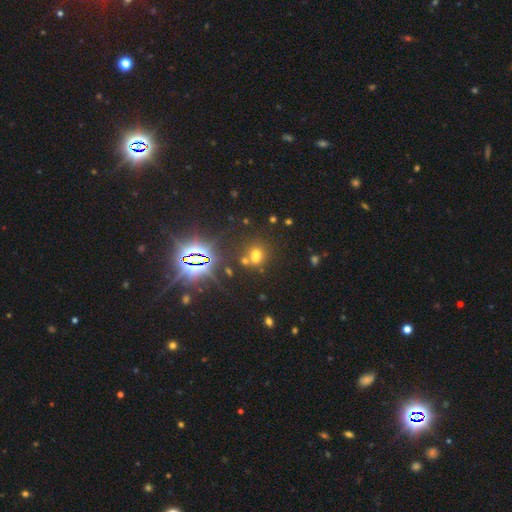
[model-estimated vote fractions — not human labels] smooth-or-featured: smooth: 49% | star or artifact: 37% | featured or disk: 14%
  merging: none: 44% | merger: 42% | minor disturbance: 9% | major disturbance: 5%